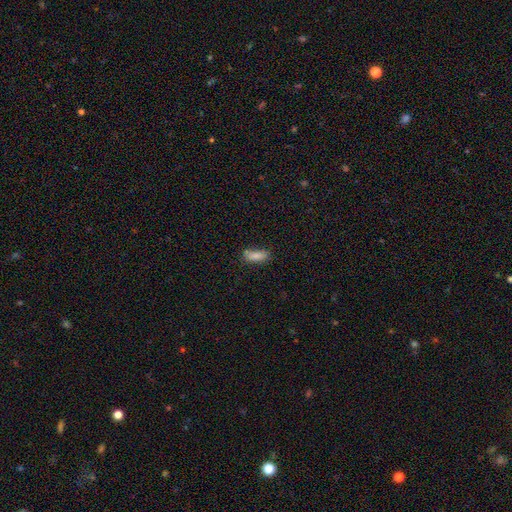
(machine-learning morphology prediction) The model was most divided on "how rounded": in between: 67%, cigar-shaped: 31%, round: 3%. More confident: smooth or featured — smooth (84%); merging — none (66%).